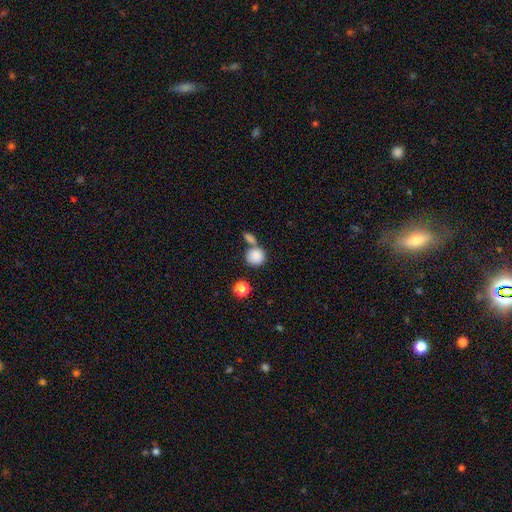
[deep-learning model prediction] smooth-or-featured: smooth: 85% | star or artifact: 9% | featured or disk: 6%
  how-rounded: round: 85% | in between: 14% | cigar-shaped: 1%
  merging: none: 50% | merger: 35% | minor disturbance: 11% | major disturbance: 5%